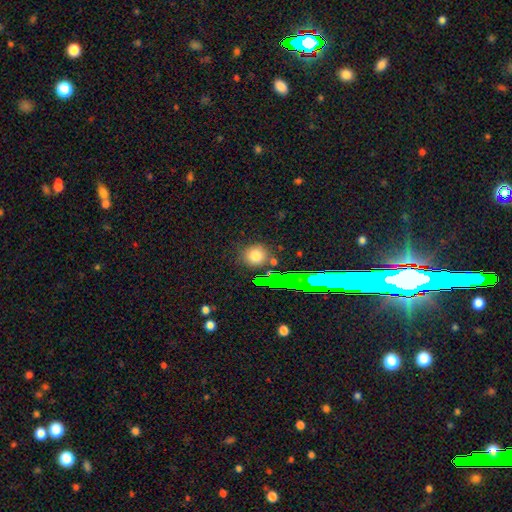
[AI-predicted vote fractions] This appears to be a smooth galaxy with no disk features (75%) that is round (83%). Merging: none (79%).